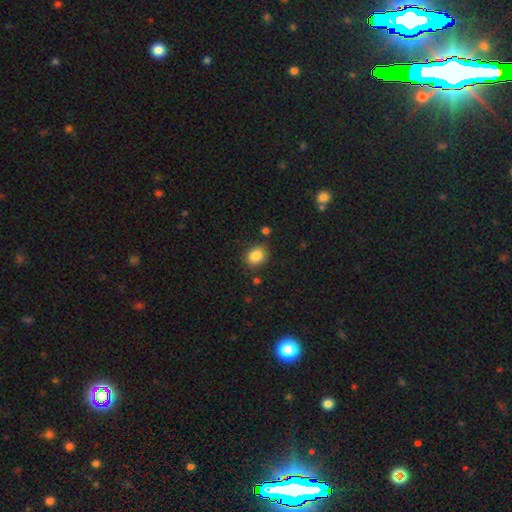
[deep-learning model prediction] A smooth galaxy with no disk features (85%) that is in between round and cigar-shaped (52%). Merging: none (82%).